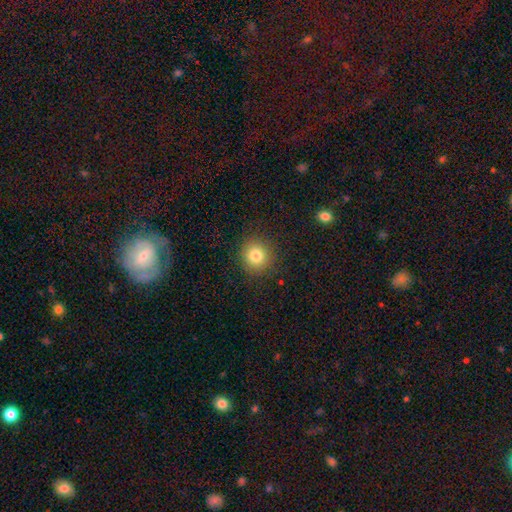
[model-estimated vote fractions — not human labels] Smooth or featured? smooth (80%)
How rounded? round (92%)
Merging? none (89%)